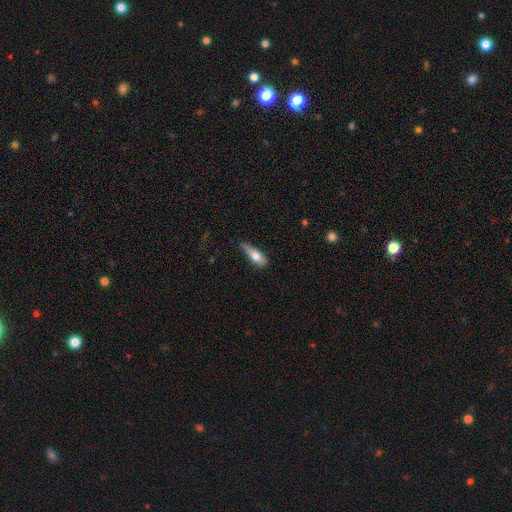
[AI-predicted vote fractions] The model was most divided on "how rounded": in between: 50%, cigar-shaped: 47%, round: 3%. Remaining: smooth or featured — smooth (64%); merging — none (50%).